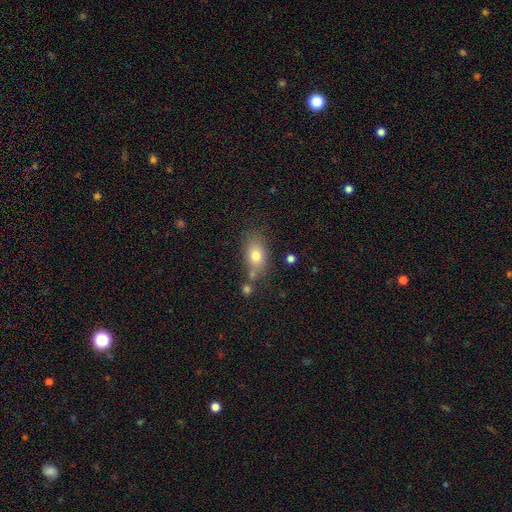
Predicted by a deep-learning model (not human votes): smooth_or_featured: smooth (p=0.77) [alt: featured or disk p=0.13]
how_rounded: in between (p=0.81) [alt: round p=0.16]
merging: none (p=0.66) [alt: minor disturbance p=0.17]